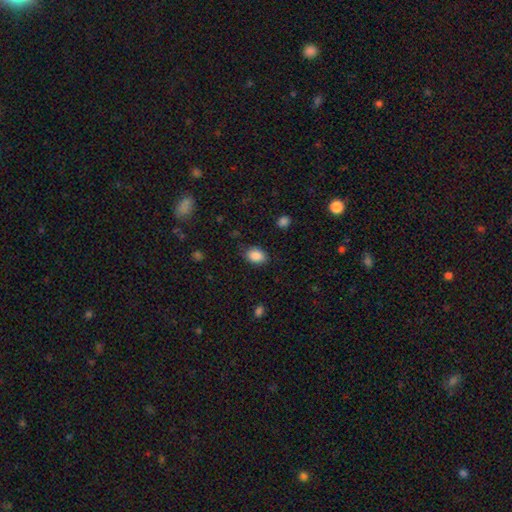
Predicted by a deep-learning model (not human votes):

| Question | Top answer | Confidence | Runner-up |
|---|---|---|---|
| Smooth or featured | smooth | 88% | star or artifact (8%) |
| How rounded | in between | 80% | round (19%) |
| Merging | none | 82% | minor disturbance (14%) |